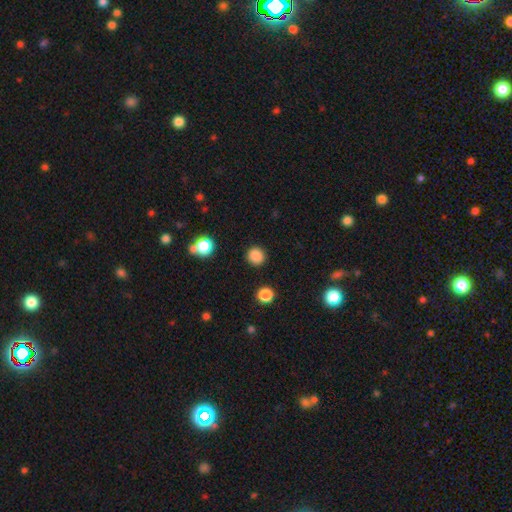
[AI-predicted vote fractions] Overall: smooth (85%). How rounded: round (92%). Merging: none (90%).